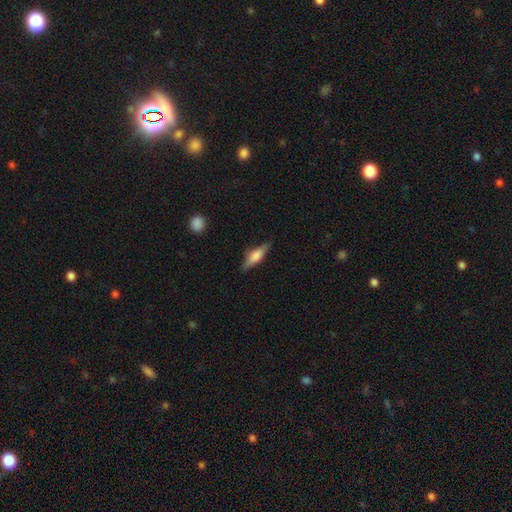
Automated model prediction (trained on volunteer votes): Smooth or featured: smooth — 48% (featured or disk — 46%)
Merging: none — 83% (minor disturbance — 13%)